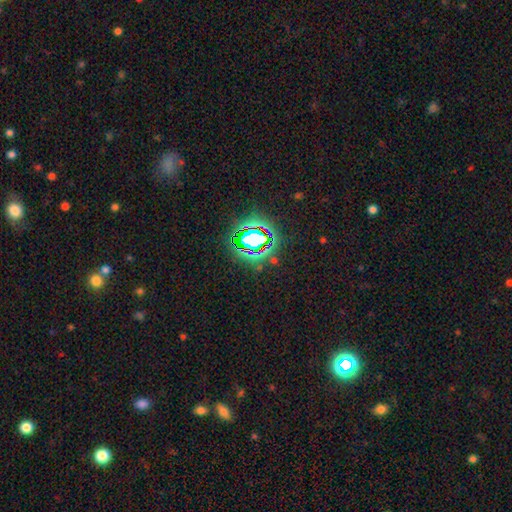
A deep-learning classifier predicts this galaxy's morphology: smooth-or-featured: star or artifact: 81% | smooth: 12% | featured or disk: 7%